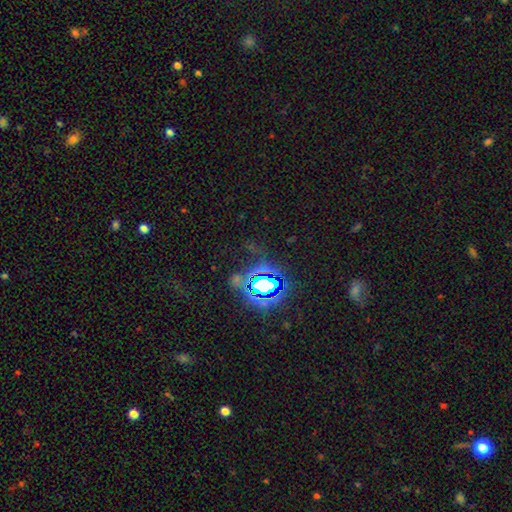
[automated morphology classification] This appears to be a star or artifact, not a galaxy (78%).